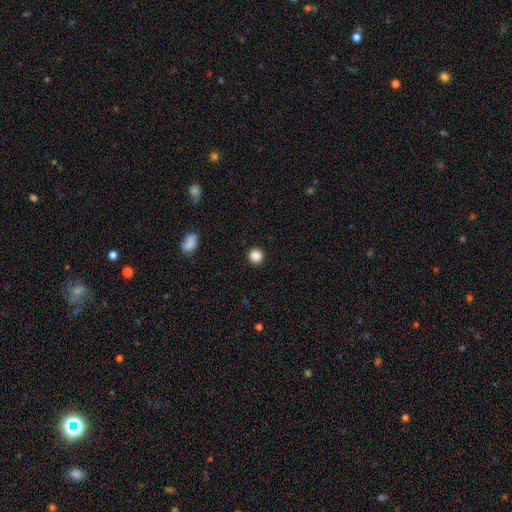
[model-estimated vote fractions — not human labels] A smooth galaxy with no disk features (87%) that is round (94%). Merging: none (92%).